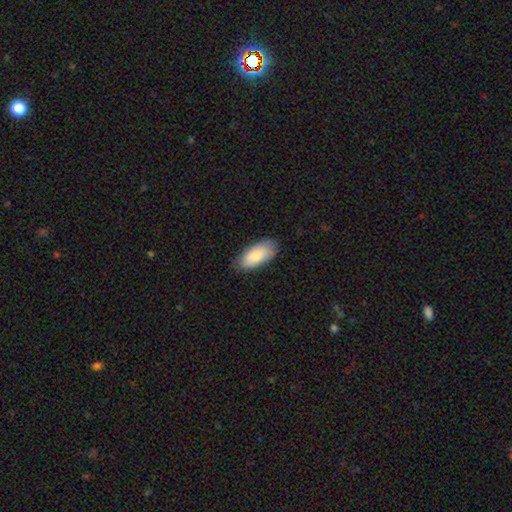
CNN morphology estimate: Smooth or featured: smooth — 81% (featured or disk — 14%)
How rounded: in between — 90% (cigar-shaped — 8%)
Merging: none — 78% (minor disturbance — 18%)